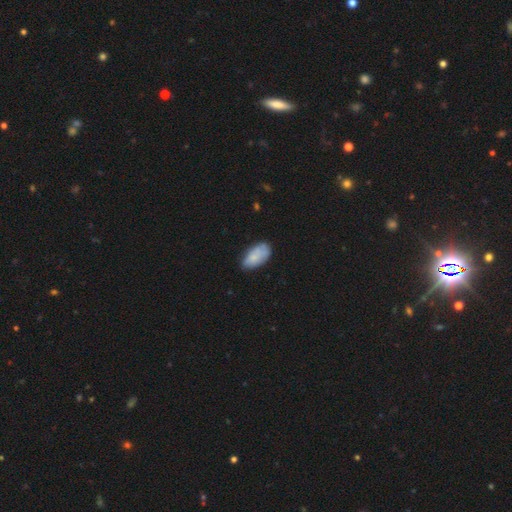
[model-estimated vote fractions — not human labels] Q: Smooth or featured?
A: smooth (78%); runner-up: featured or disk (15%)
Q: How rounded?
A: in between (94%); runner-up: round (3%)
Q: Merging?
A: none (63%); runner-up: minor disturbance (28%)